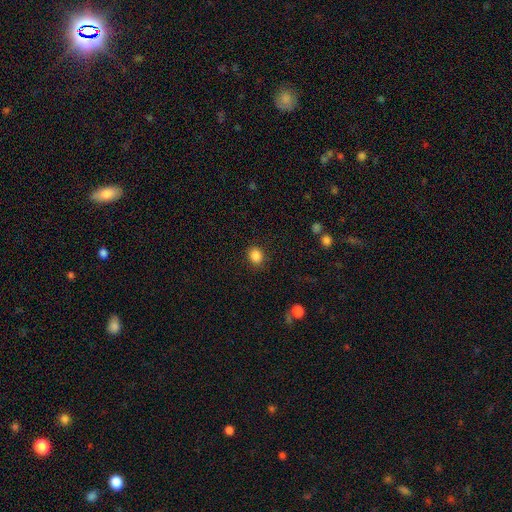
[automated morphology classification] The model was most divided on "how rounded": round: 59%, in between: 40%, cigar-shaped: 1%. More confident: merging — none (87%); smooth or featured — smooth (86%).